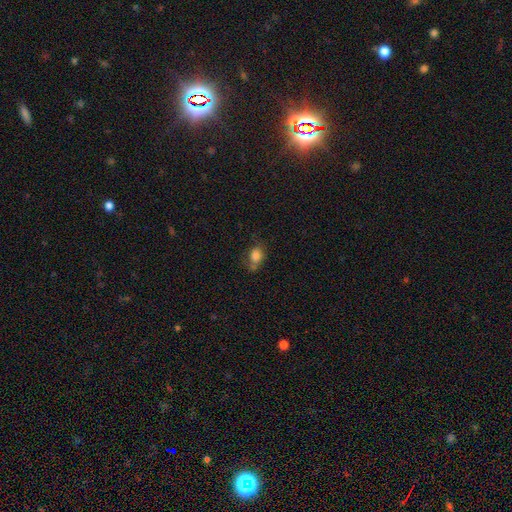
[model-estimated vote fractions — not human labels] The model was most divided on "merging": none: 47%, minor disturbance: 30%, major disturbance: 13%, merger: 10%. More confident: smooth or featured — smooth (81%); how rounded — in between (62%).